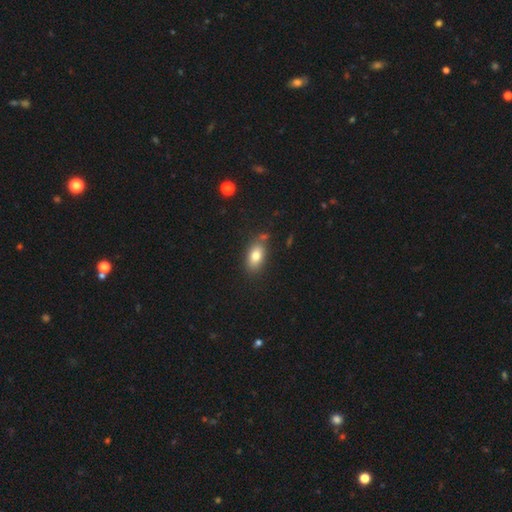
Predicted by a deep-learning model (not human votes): Q: Smooth or featured?
A: smooth (79%); runner-up: featured or disk (12%)
Q: How rounded?
A: in between (88%); runner-up: round (8%)
Q: Merging?
A: none (75%); runner-up: minor disturbance (15%)